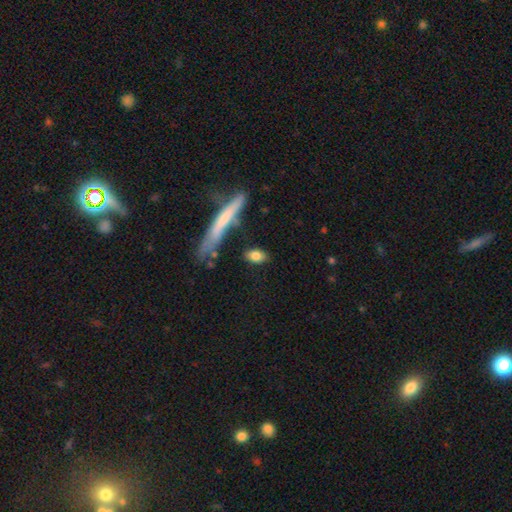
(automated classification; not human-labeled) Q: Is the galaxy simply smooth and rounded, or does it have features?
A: smooth — 79%.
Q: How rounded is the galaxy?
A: in between — 77%.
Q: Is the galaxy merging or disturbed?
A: none — 79%.